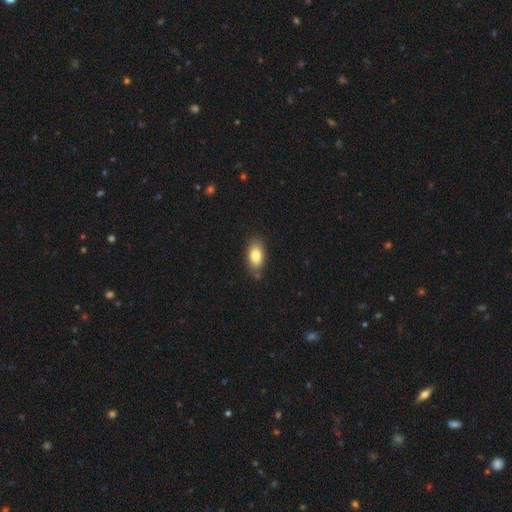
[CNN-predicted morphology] type=smooth (79%); roundness=in between (89%); merging=none (79%).